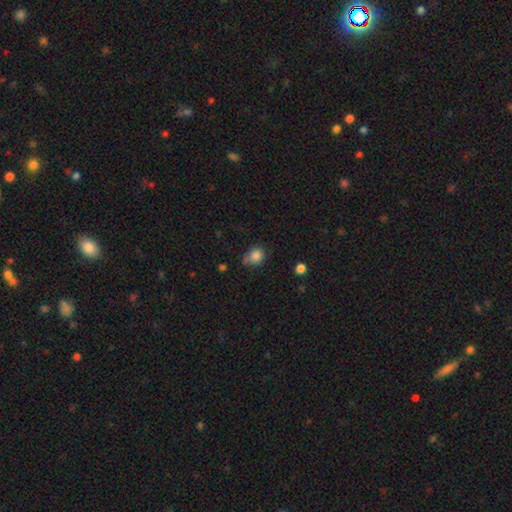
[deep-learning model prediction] A smooth galaxy with no disk features (83%) that is round (62%). Merging: none (51%).